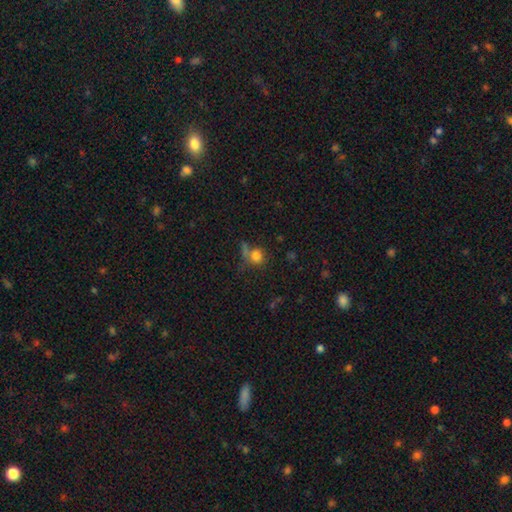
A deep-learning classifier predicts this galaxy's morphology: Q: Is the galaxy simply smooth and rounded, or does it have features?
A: smooth — 77%.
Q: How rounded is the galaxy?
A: round — 80%.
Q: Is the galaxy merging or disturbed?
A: none — 52%.